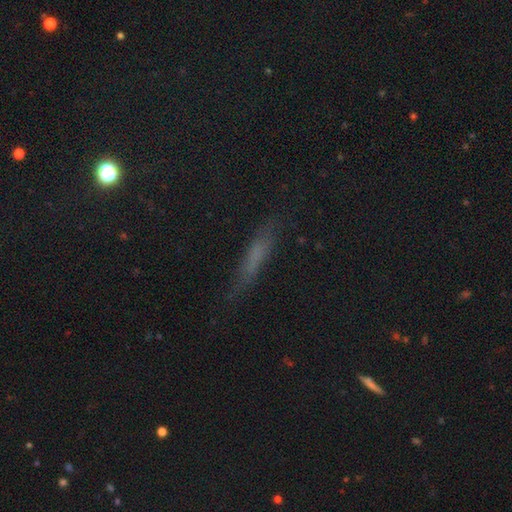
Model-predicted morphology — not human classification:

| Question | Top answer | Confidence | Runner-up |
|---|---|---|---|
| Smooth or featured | smooth | 50% | featured or disk (29%) |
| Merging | none | 74% | minor disturbance (19%) |